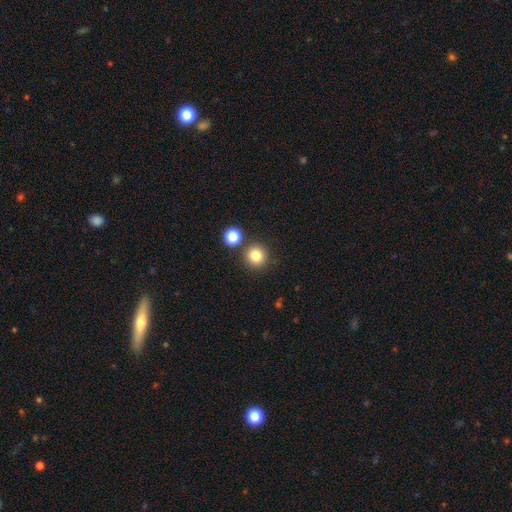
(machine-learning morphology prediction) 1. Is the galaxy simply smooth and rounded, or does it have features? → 82% smooth, 12% star or artifact, 6% featured or disk.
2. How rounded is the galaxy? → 94% round, 5% in between, 1% cigar-shaped.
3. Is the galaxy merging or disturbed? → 82% none, 8% merger, 7% minor disturbance, 2% major disturbance.